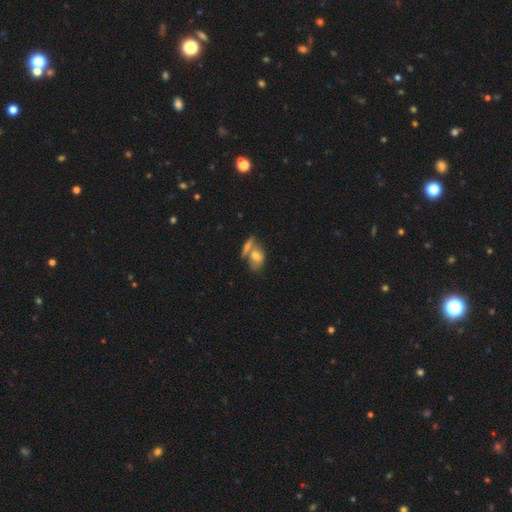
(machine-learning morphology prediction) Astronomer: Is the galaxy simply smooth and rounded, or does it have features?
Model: smooth — 71%.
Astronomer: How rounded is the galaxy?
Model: in between — 80%.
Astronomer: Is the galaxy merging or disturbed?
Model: merger — 45% (runner-up: none, 37%).